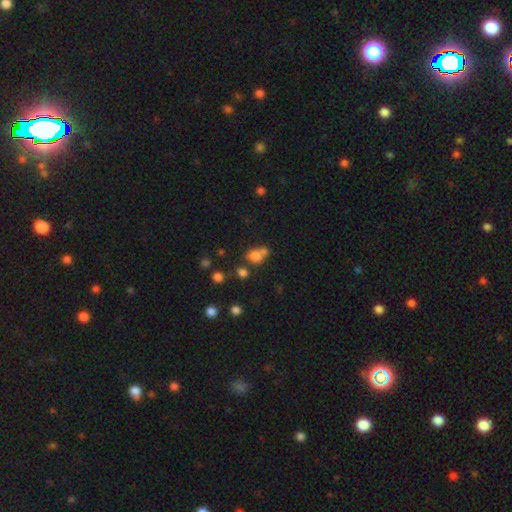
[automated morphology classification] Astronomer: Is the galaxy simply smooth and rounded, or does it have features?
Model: smooth — 75%.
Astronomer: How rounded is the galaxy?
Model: round — 52% (runner-up: in between, 46%).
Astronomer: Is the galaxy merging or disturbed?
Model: merger — 47% (runner-up: none, 37%).